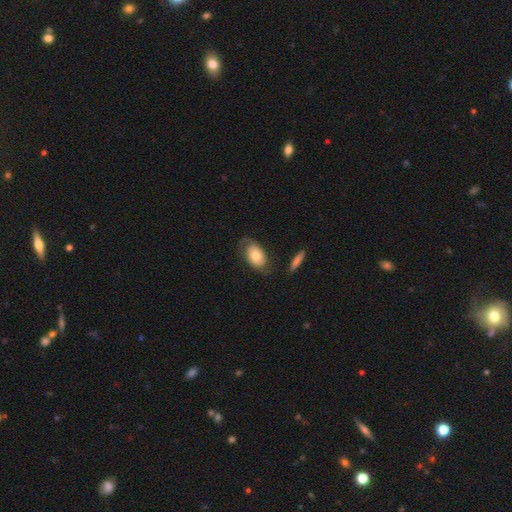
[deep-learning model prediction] Smooth or featured: smooth — 60% (featured or disk — 33%)
How rounded: in between — 87% (round — 11%)
Merging: none — 61% (minor disturbance — 23%)